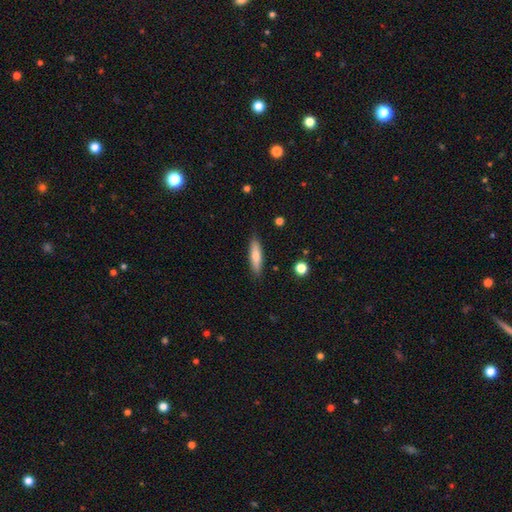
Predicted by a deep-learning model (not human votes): Smooth or featured: smooth — 72% (featured or disk — 21%)
How rounded: cigar-shaped — 70% (in between — 28%)
Merging: none — 87% (minor disturbance — 10%)